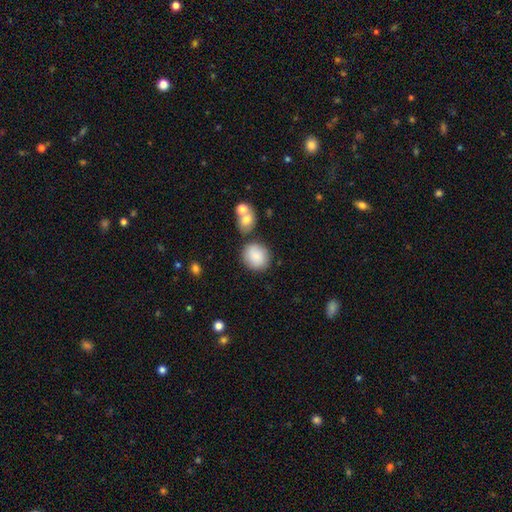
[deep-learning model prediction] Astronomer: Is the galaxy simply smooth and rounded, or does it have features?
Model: smooth — 85%.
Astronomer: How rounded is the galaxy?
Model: round — 80%.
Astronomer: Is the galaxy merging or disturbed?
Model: none — 73%.